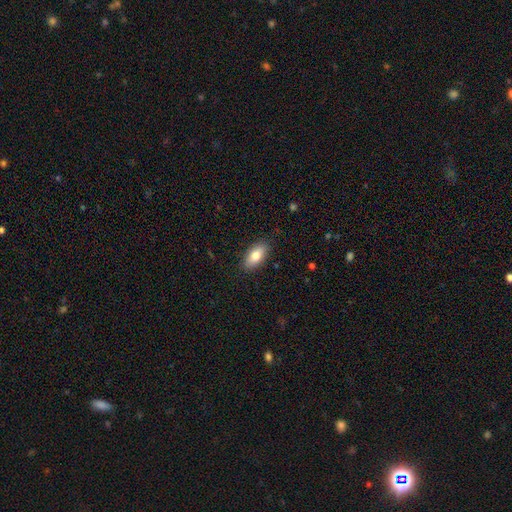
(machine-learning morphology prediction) A smooth galaxy with no disk features (79%) that is in between round and cigar-shaped (91%). Merging: none (87%).